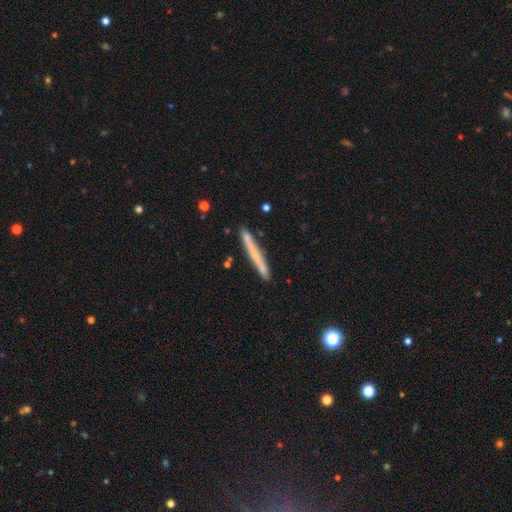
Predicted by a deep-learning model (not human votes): Smooth or featured? Predicted: smooth (p=0.58). How rounded? Predicted: cigar-shaped (p=0.97). Merging? Predicted: none (p=0.87).